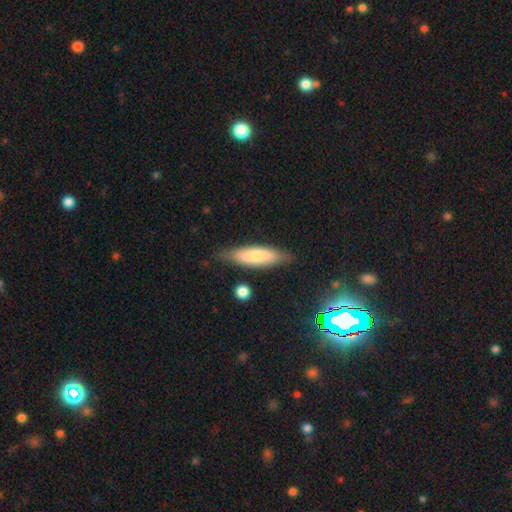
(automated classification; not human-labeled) smooth-or-featured: smooth: 74% | featured or disk: 20% | star or artifact: 6%
  how-rounded: cigar-shaped: 58% | in between: 40% | round: 2%
  merging: none: 78% | minor disturbance: 16% | major disturbance: 4% | merger: 3%